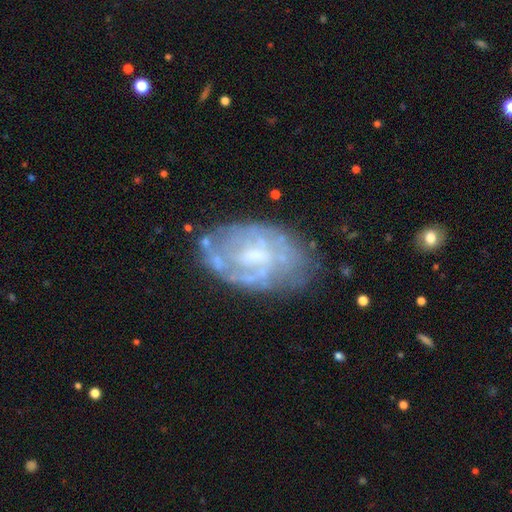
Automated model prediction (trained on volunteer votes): This is likely a featured or disk galaxy (74%). It is clearly not viewed edge-on (96%). Bar: possibly no (46%). Spiral arm pattern: possibly yes (58%). Central bulge: possibly small (47%). Merging: likely none (63%).